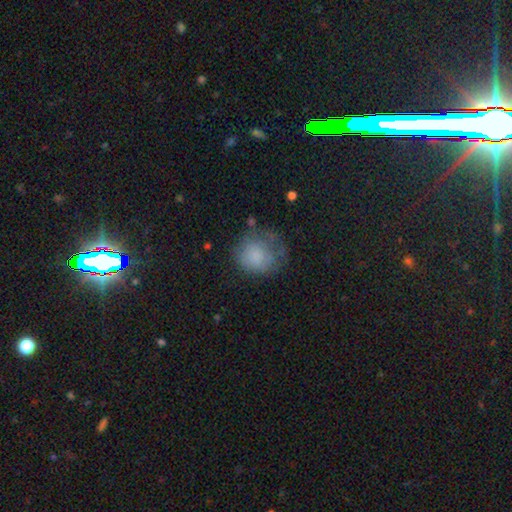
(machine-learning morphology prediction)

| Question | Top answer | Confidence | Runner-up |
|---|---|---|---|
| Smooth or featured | smooth | 73% | featured or disk (18%) |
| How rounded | round | 79% | in between (20%) |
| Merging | none | 46% | minor disturbance (28%) |